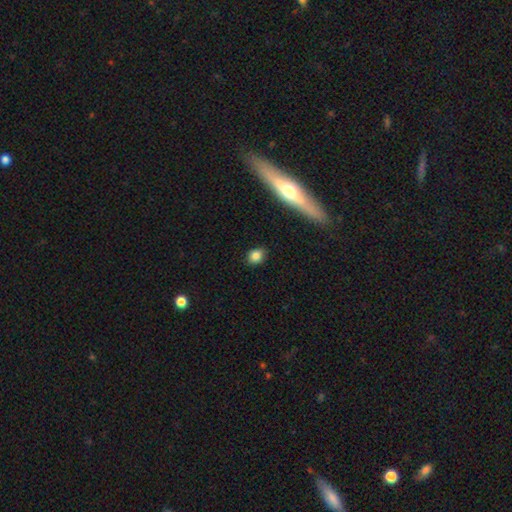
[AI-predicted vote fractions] smooth-or-featured: smooth: 83% | star or artifact: 10% | featured or disk: 7%
  how-rounded: round: 53% | in between: 44% | cigar-shaped: 3%
  merging: none: 87% | minor disturbance: 9% | major disturbance: 2% | merger: 2%